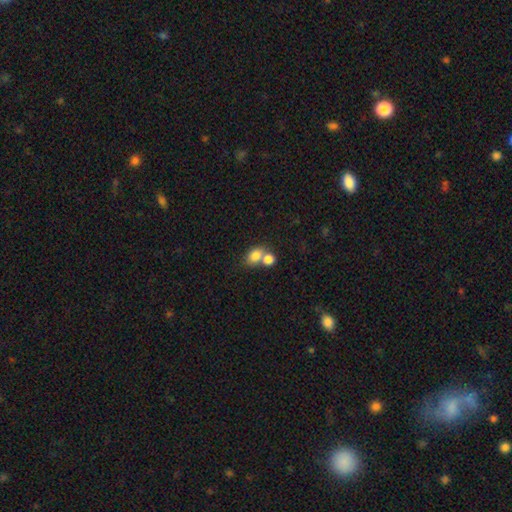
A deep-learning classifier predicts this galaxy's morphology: A smooth galaxy with no disk features (81%) that is in between round and cigar-shaped (62%).

Vote fractions:
- Smooth or featured? smooth: 81% / featured or disk: 10% / star or artifact: 10%
- How rounded? in between: 62% / round: 37% / cigar-shaped: 1%
- Merging? merger: 54% / none: 35% / minor disturbance: 8% / major disturbance: 4%